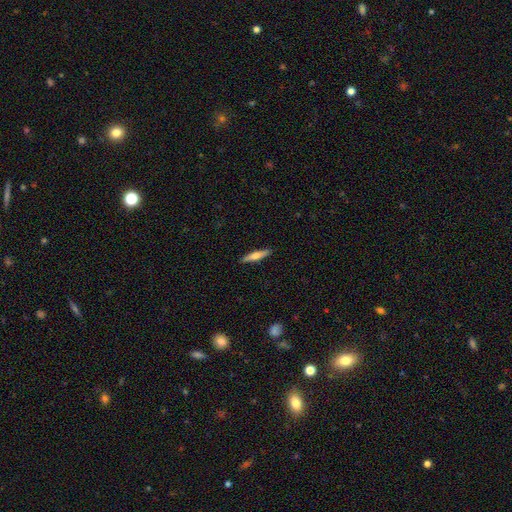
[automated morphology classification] Q: Smooth or featured?
A: smooth (54%); runner-up: featured or disk (40%)
Q: How rounded?
A: cigar-shaped (85%); runner-up: in between (13%)
Q: Merging?
A: none (90%); runner-up: minor disturbance (7%)